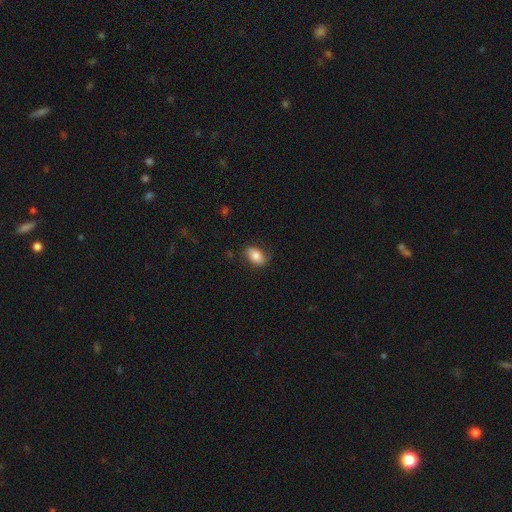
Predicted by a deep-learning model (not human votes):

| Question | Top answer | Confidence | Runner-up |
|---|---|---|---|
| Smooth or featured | smooth | 78% | featured or disk (14%) |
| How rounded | in between | 87% | round (11%) |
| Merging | none | 74% | minor disturbance (19%) |